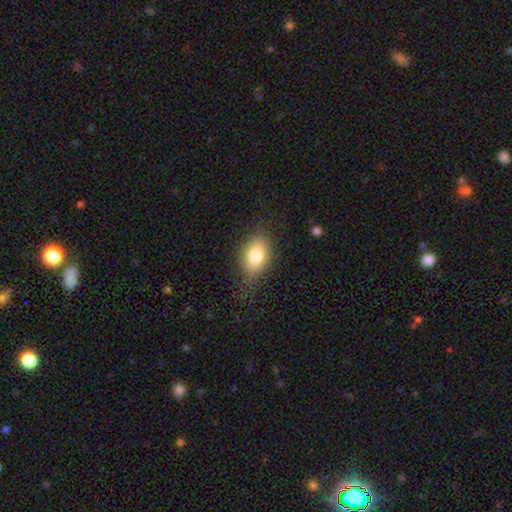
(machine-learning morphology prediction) Overall: smooth (80%). How rounded: in between (85%). Merging: none (73%).